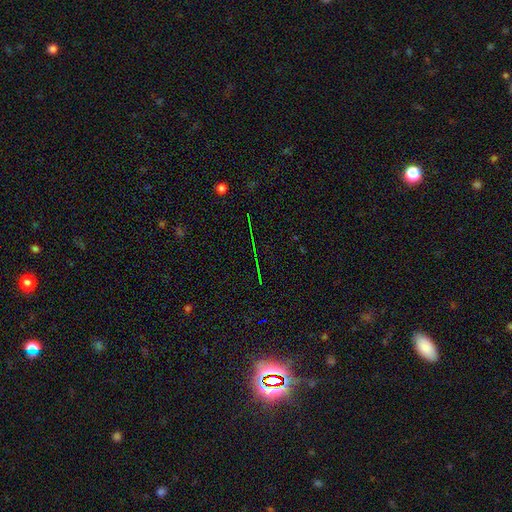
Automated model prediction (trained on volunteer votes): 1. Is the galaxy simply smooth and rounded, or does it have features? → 77% star or artifact, 12% featured or disk, 10% smooth.